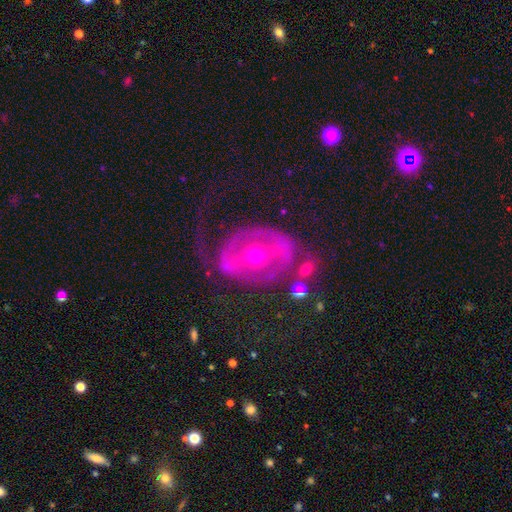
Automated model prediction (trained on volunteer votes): The model was most divided on "bar": strong: 48%, weak: 28%, no: 24%. More confident: edge-on disk — no (95%); smooth or featured — featured or disk (78%); spiral arms — yes (61%); bulge size — small (60%); merging — none (51%).